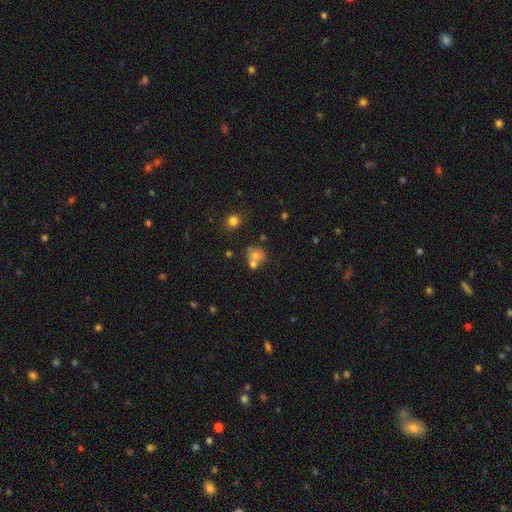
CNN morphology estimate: A smooth galaxy with no disk features (65%) that is round (70%). Merging: merger (46%).